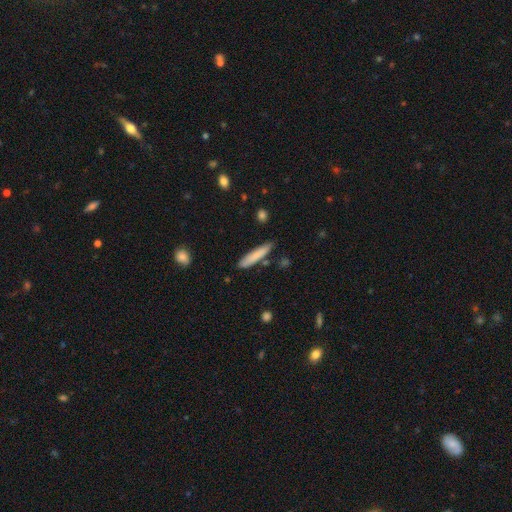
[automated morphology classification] This appears to be a smooth galaxy with no disk features (81%) that is cigar-shaped (89%). Merging: none (82%).